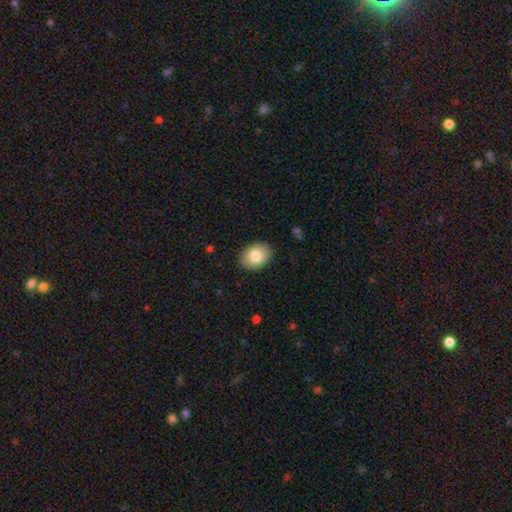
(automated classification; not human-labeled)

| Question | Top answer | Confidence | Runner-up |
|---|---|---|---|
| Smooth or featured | smooth | 81% | featured or disk (11%) |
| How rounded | in between | 67% | round (32%) |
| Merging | none | 87% | minor disturbance (10%) |